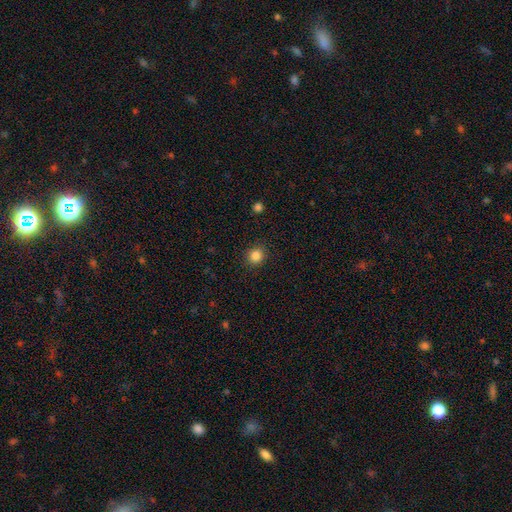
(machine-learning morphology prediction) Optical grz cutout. It shows a smooth galaxy with no disk features (85%) that is round (89%). Merging: none (90%).